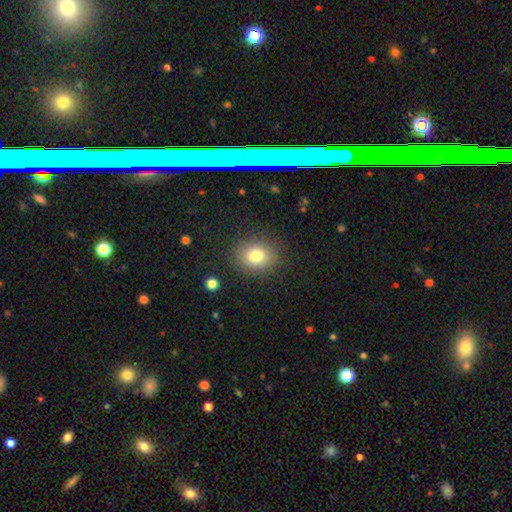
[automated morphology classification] smooth_or_featured: smooth (p=0.79) [alt: star or artifact p=0.12]
how_rounded: round (p=0.62) [alt: in between p=0.37]
merging: none (p=0.87) [alt: minor disturbance p=0.09]